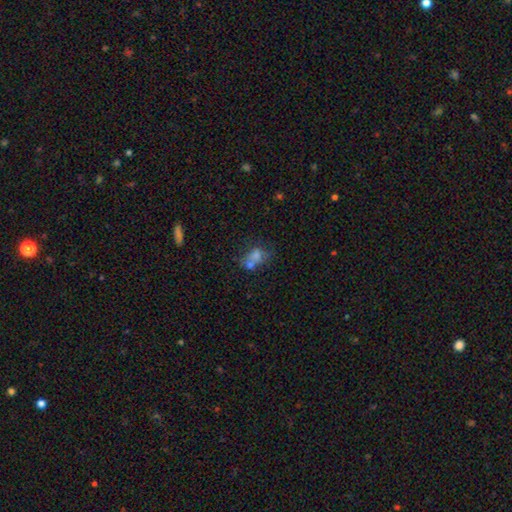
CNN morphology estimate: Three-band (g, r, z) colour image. It shows a smooth galaxy with no disk features (62%) that is in between round and cigar-shaped (56%). Merging: merger (43%).